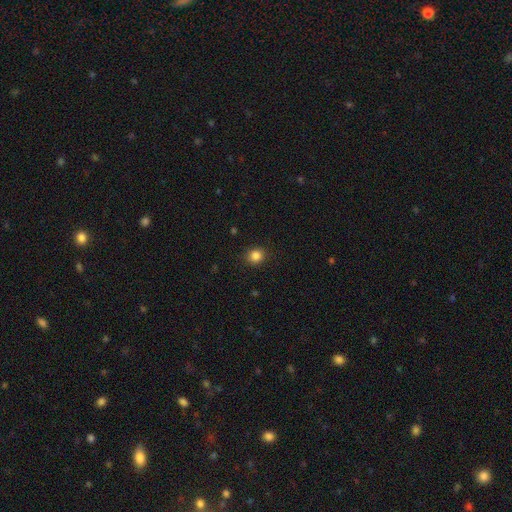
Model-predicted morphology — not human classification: smooth_or_featured: smooth (p=0.85) [alt: star or artifact p=0.11]
how_rounded: round (p=0.82) [alt: in between p=0.17]
merging: none (p=0.89) [alt: minor disturbance p=0.08]